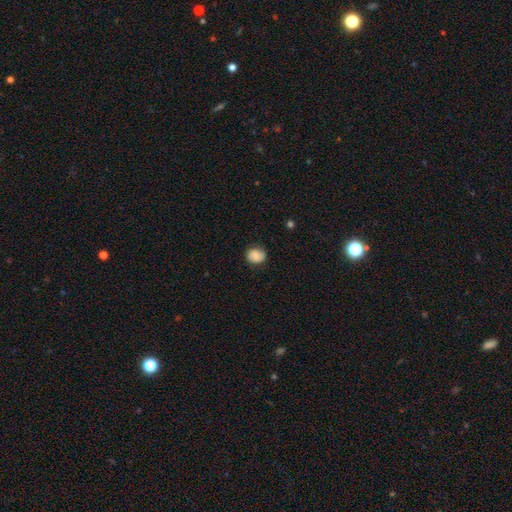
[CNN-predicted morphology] A smooth galaxy with no disk features (77%) that is round (65%). Merging: none (78%).